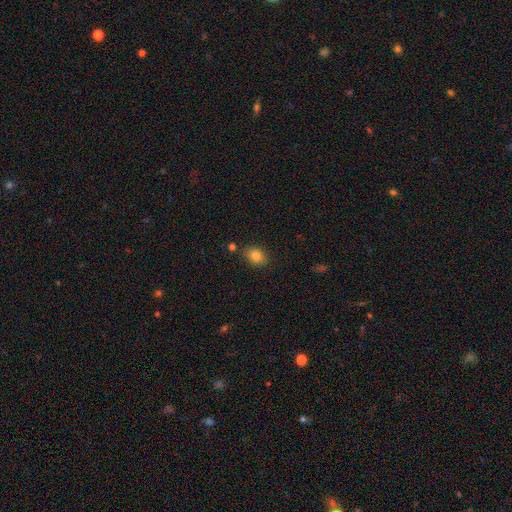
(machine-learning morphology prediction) smooth-or-featured: smooth: 84% | star or artifact: 10% | featured or disk: 6%
  how-rounded: in between: 65% | round: 34% | cigar-shaped: 1%
  merging: none: 80% | minor disturbance: 12% | merger: 5% | major disturbance: 3%